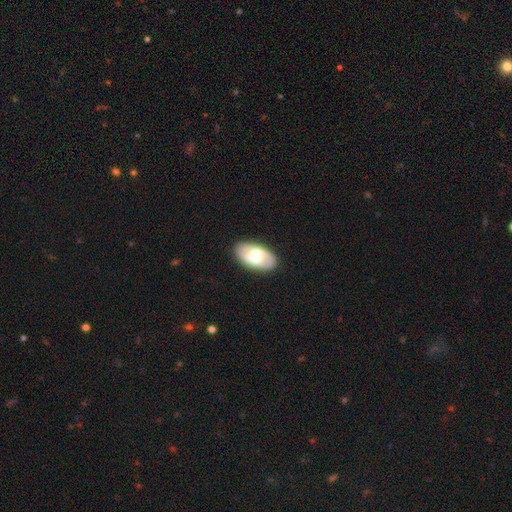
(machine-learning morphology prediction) smooth_or_featured: featured or disk (p=0.56) [alt: smooth p=0.38]
disk_edge_on: no (p=0.91) [alt: yes p=0.09]
bar: no (p=0.43) [alt: weak p=0.39]
has_spiral_arms: yes (p=0.64) [alt: no p=0.36]
bulge_size: moderate (p=0.60) [alt: large p=0.26]
merging: none (p=0.88) [alt: minor disturbance p=0.08]